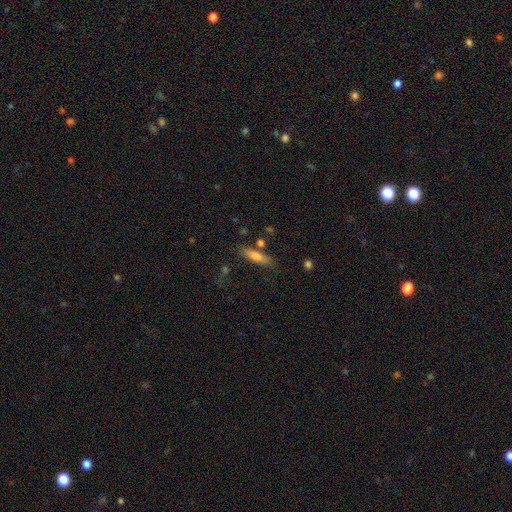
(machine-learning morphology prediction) A smooth galaxy with no disk features (73%) that is cigar-shaped (63%).

Vote fractions:
- Smooth or featured? smooth: 73% / featured or disk: 20% / star or artifact: 8%
- How rounded? cigar-shaped: 63% / in between: 34% / round: 2%
- Merging? none: 72% / minor disturbance: 15% / merger: 8% / major disturbance: 4%